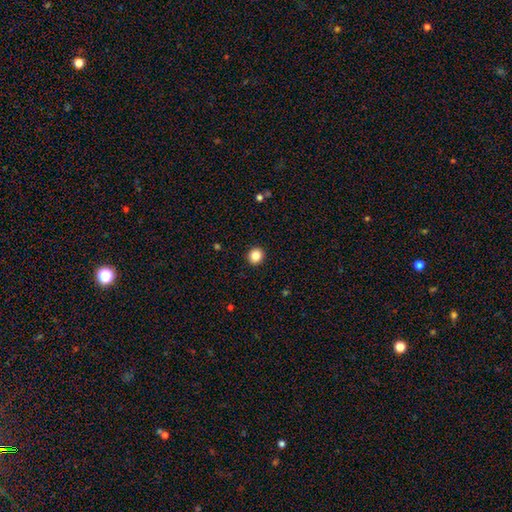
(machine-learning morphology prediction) This appears to be a smooth galaxy with no disk features (85%) that is round (88%). Merging: none (93%).